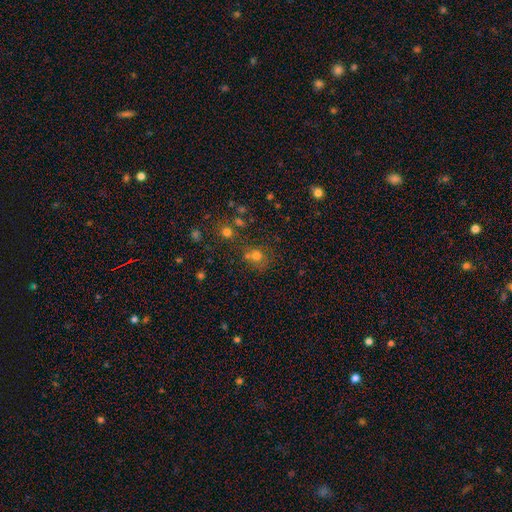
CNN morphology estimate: Smooth or featured: smooth — 66% (star or artifact — 23%)
How rounded: round — 81% (in between — 18%)
Merging: none — 55% (merger — 28%)